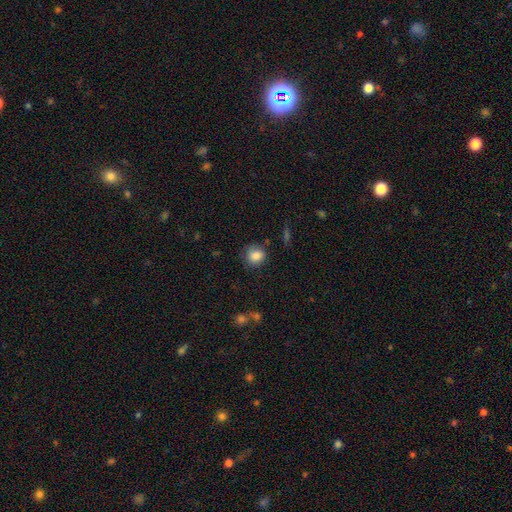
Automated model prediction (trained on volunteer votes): smooth-or-featured: smooth: 86% | star or artifact: 9% | featured or disk: 6%
  how-rounded: round: 82% | in between: 16% | cigar-shaped: 1%
  merging: none: 78% | minor disturbance: 16% | major disturbance: 4% | merger: 3%